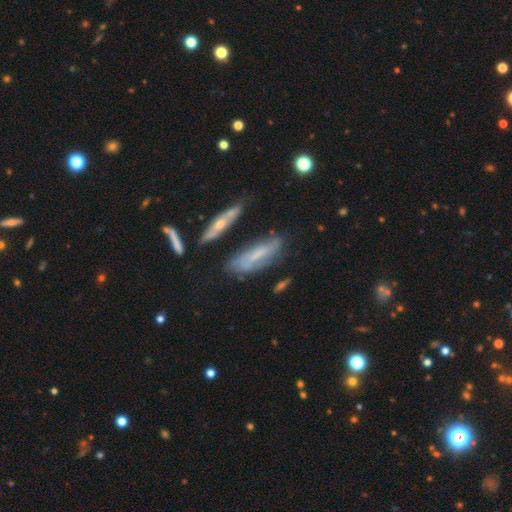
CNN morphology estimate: smooth-or-featured: featured or disk: 53% | smooth: 38% | star or artifact: 10%
  disk-edge-on: no: 67% | yes: 33%
  merging: none: 58% | minor disturbance: 24% | major disturbance: 10% | merger: 7%